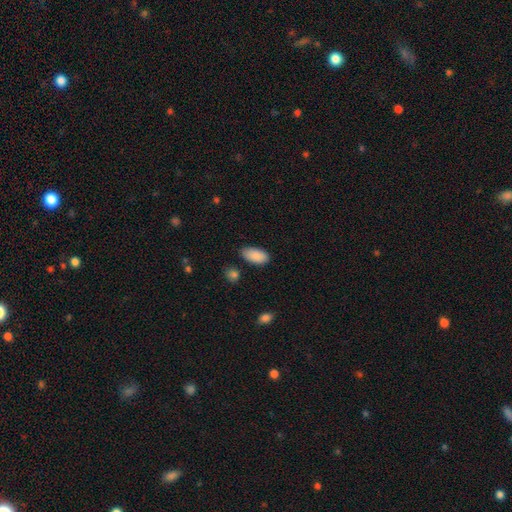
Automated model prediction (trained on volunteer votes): Smooth or featured?
  - smooth: 90% *
  - star or artifact: 6%
  - featured or disk: 4%
How rounded?
  - in between: 94% *
  - cigar-shaped: 3%
  - round: 2%
Merging?
  - none: 82% *
  - minor disturbance: 13%
  - major disturbance: 3%
  - merger: 2%